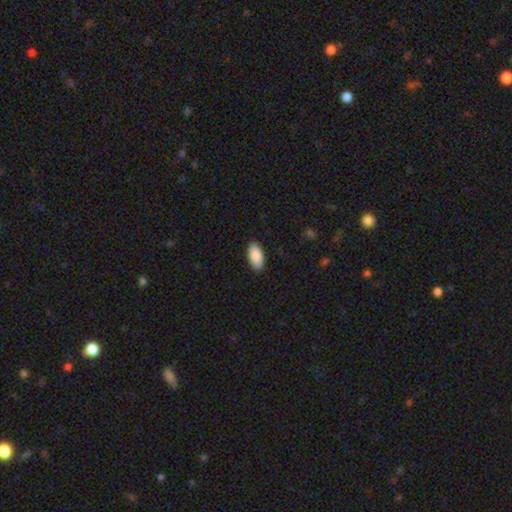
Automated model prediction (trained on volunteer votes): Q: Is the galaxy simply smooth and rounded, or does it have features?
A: smooth — 89%.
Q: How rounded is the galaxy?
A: in between — 93%.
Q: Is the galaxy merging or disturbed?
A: none — 89%.